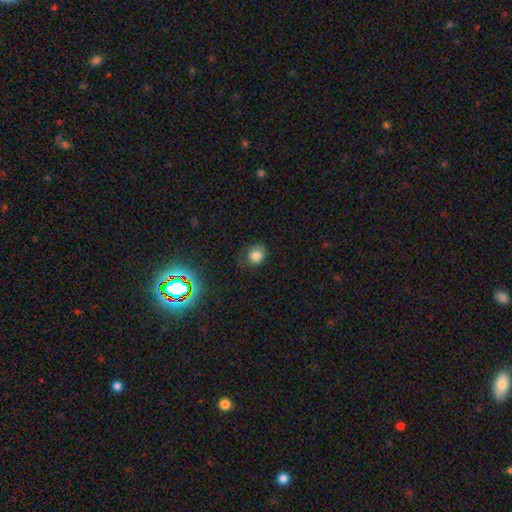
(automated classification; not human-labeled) This is likely a smooth galaxy (79%). How rounded: likely round (69%). Merging: likely none (67%).